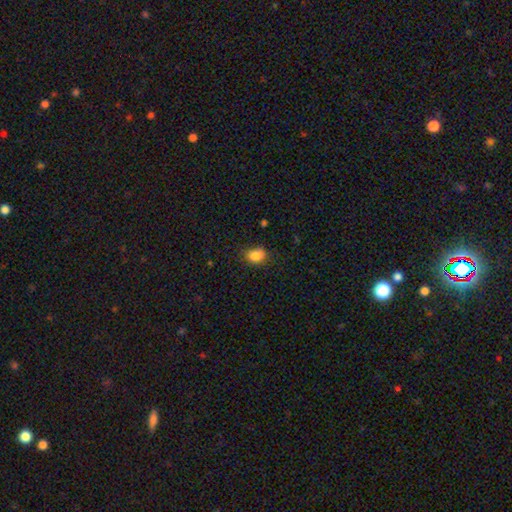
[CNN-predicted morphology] smooth-or-featured: smooth: 85% | star or artifact: 10% | featured or disk: 5%
  how-rounded: in between: 57% | round: 42% | cigar-shaped: 1%
  merging: none: 77% | minor disturbance: 18% | major disturbance: 4% | merger: 1%